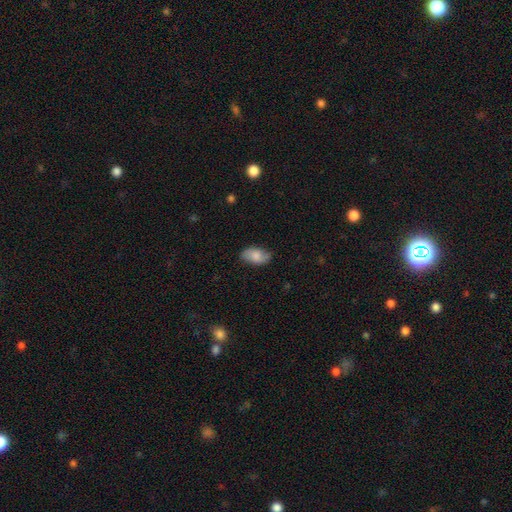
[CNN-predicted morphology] The model was most divided on "smooth or featured": smooth: 75%, featured or disk: 18%, star or artifact: 7%. More confident: how rounded — in between (94%); merging — none (79%).